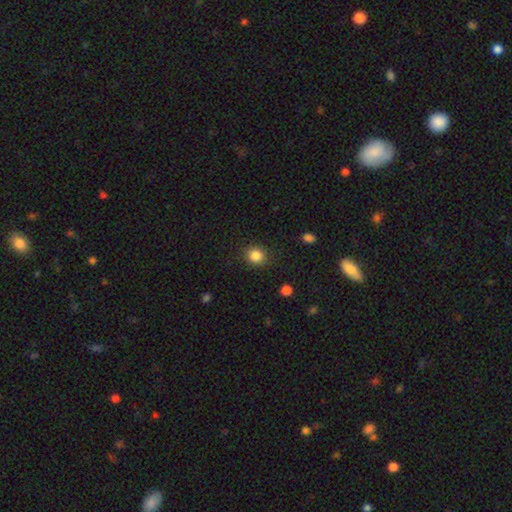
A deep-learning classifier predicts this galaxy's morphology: Smooth or featured? smooth (85%)
How rounded? round (78%)
Merging? none (85%)